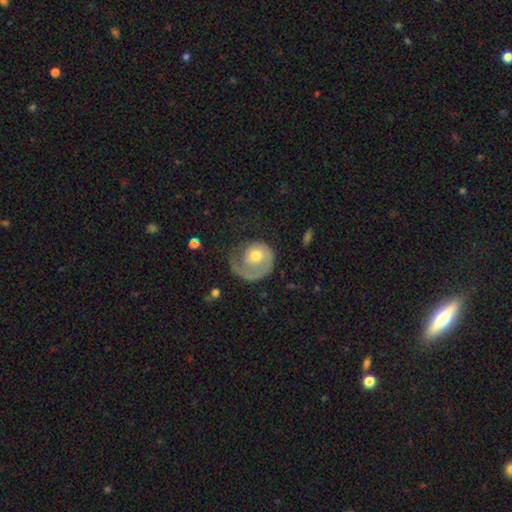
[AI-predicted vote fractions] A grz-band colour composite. It shows a featured or disk galaxy (53%) with no bar (82%), spiral arms (71%) and a moderate central bulge (62%). Merging: major disturbance (41%).